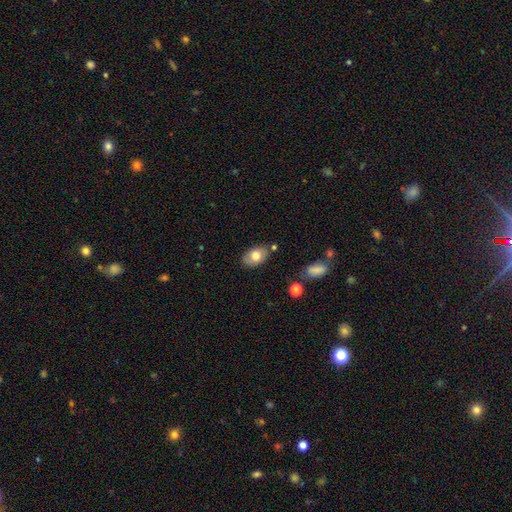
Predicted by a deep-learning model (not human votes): smooth 74%, featured or disk 19%, star or artifact 7%. Down the decision tree: how rounded — in between (87%); merging — none (76%).